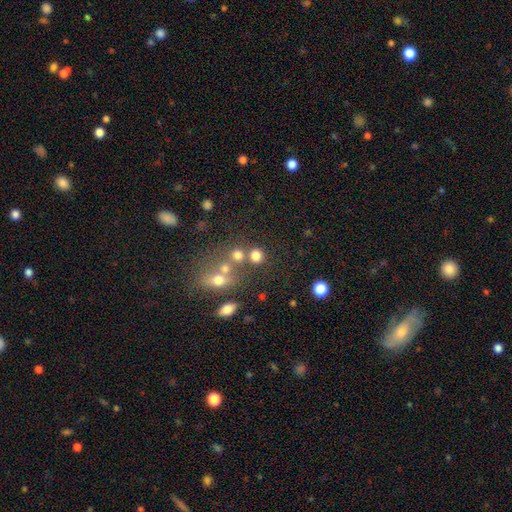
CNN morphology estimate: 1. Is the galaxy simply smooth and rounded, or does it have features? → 76% smooth, 15% star or artifact, 9% featured or disk.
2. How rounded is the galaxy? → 83% round, 16% in between, 1% cigar-shaped.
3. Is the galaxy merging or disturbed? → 63% none, 22% merger, 9% minor disturbance, 6% major disturbance.